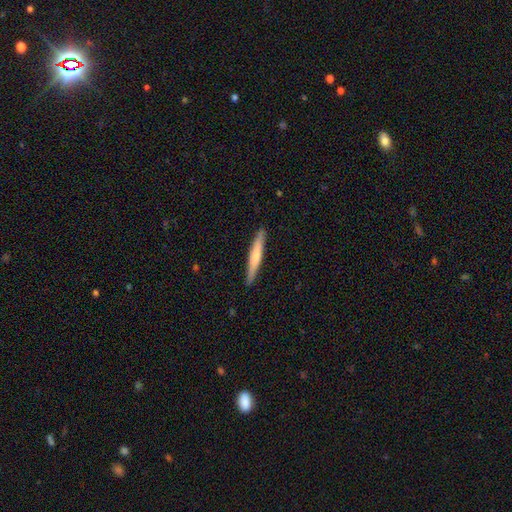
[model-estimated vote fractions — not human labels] This is possibly a smooth galaxy (58%). How rounded: clearly cigar-shaped (95%). Merging: clearly none (90%).